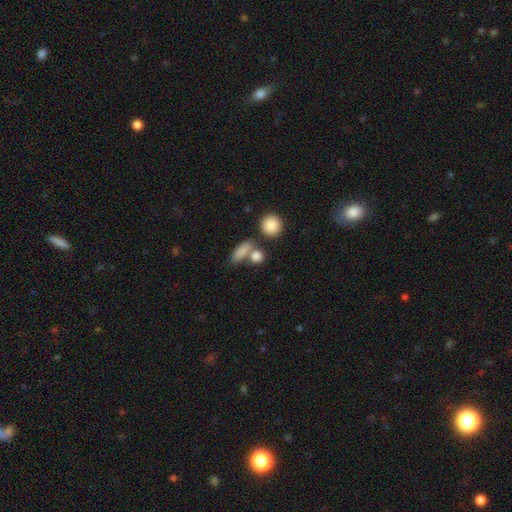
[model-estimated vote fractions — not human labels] Smooth or featured? Predicted: smooth (p=0.83). How rounded? Predicted: round (p=0.47). Merging? Predicted: none (p=0.54).